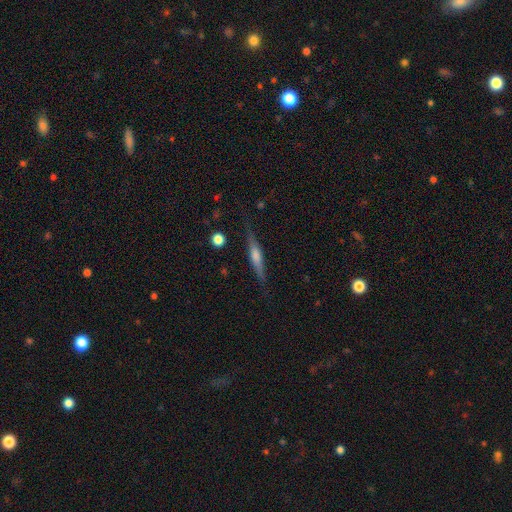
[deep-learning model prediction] Smooth or featured: featured or disk — 72% (smooth — 21%)
Edge-on disk: yes — 97% (no — 3%)
Edge-on bulge: rounded — 73% (boxy — 17%)
Merging: none — 86% (minor disturbance — 11%)